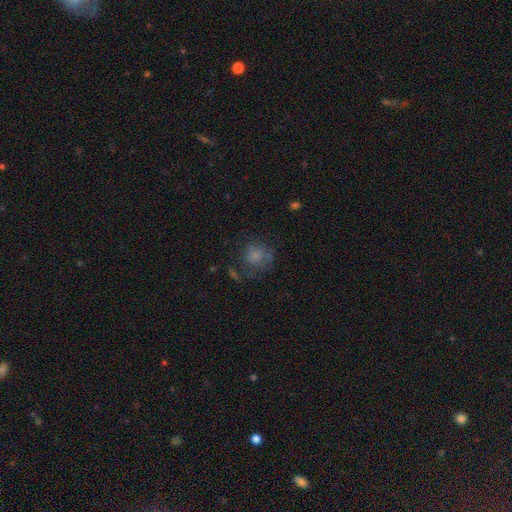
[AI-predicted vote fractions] The model was most divided on "merging": none: 57%, minor disturbance: 22%, major disturbance: 16%, merger: 5%. More confident: how rounded — round (81%); smooth or featured — smooth (72%).